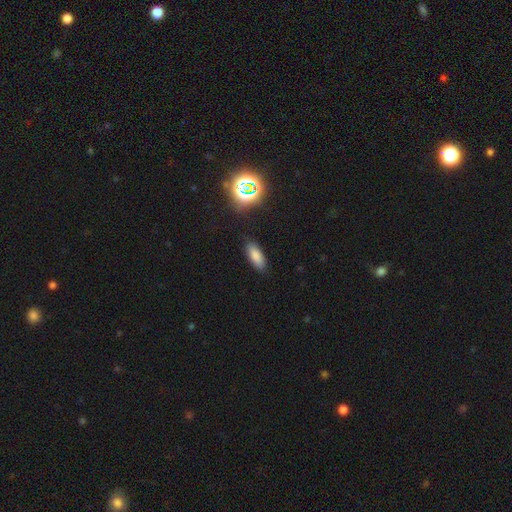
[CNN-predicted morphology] Smooth or featured: smooth — 81% (star or artifact — 13%)
How rounded: in between — 77% (cigar-shaped — 20%)
Merging: none — 86% (minor disturbance — 10%)